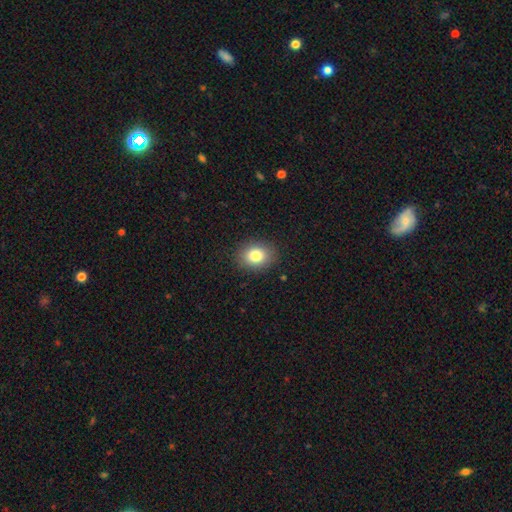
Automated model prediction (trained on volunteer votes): Smooth or featured?
  - smooth: 81% *
  - star or artifact: 10%
  - featured or disk: 9%
How rounded?
  - round: 51% *
  - in between: 49%
  - cigar-shaped: 1%
Merging?
  - none: 89% *
  - minor disturbance: 8%
  - major disturbance: 2%
  - merger: 1%